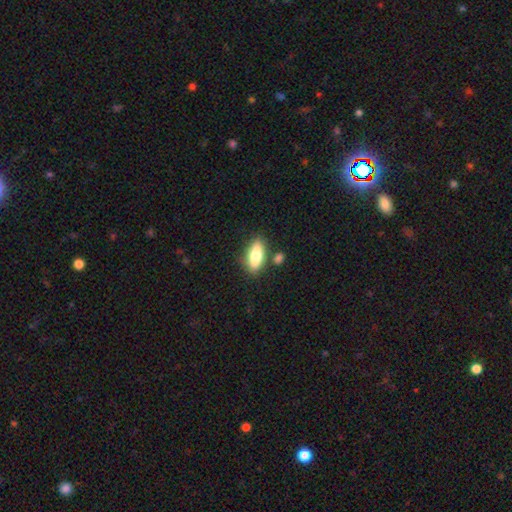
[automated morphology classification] The model was most divided on "how rounded": in between: 79%, cigar-shaped: 18%, round: 3%. More confident: smooth or featured — smooth (78%); merging — none (75%).